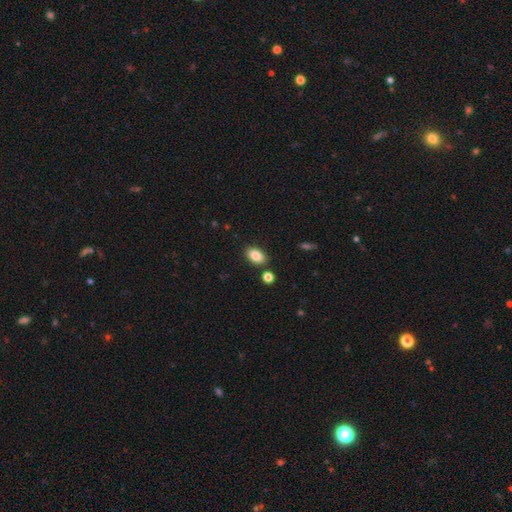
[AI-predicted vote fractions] Overall: smooth (86%). How rounded: in between (90%). Merging: none (83%).